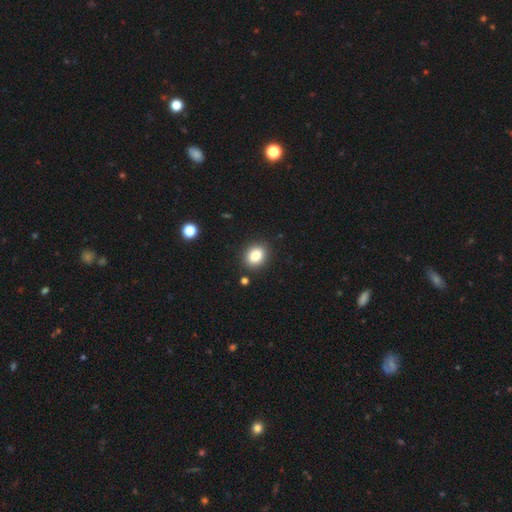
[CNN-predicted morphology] Overall: smooth (84%). How rounded: in between (52%; round 47%). Merging: none (88%).